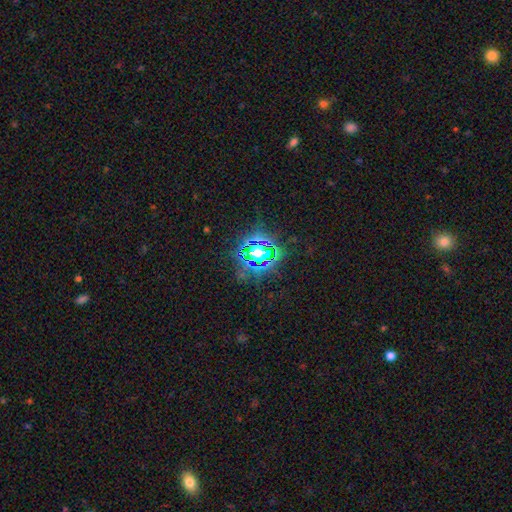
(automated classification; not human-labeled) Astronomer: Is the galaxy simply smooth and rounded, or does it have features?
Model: star or artifact — 69%.